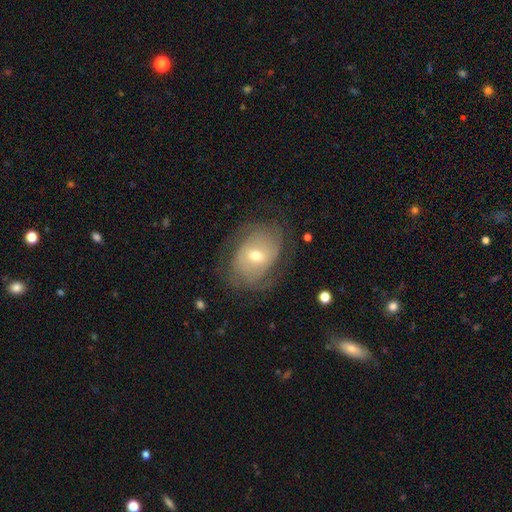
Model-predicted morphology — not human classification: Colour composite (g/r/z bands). It shows a featured or disk galaxy (64%) with no bar (63%), spiral arms (75%) and a moderate central bulge (59%). Merging: none (66%).